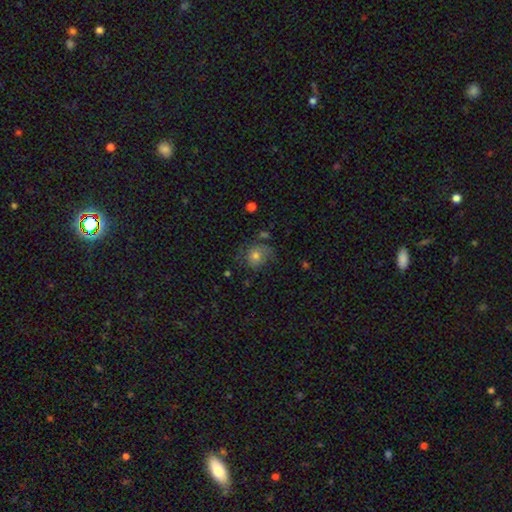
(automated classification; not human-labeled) Overall: smooth (66%). How rounded: round (70%). Merging: none (53%; minor disturbance 26%).